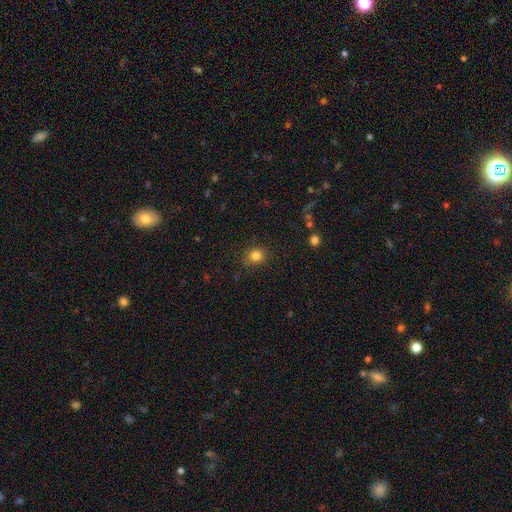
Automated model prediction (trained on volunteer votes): This appears to be a smooth galaxy with no disk features (82%) that is round (76%). Merging: none (84%).